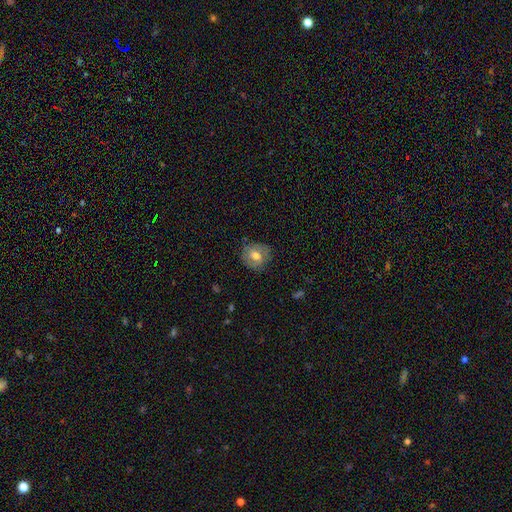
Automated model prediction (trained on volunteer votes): smooth-or-featured: smooth: 60% | featured or disk: 32% | star or artifact: 8%
  how-rounded: round: 75% | in between: 24% | cigar-shaped: 1%
  merging: none: 78% | minor disturbance: 16% | major disturbance: 4% | merger: 1%